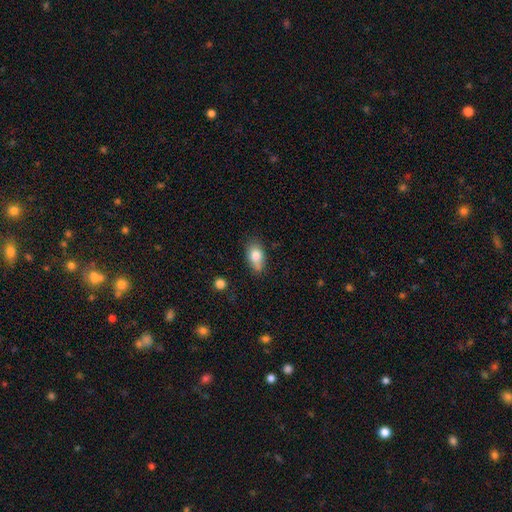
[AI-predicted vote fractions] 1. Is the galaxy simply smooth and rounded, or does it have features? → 80% smooth, 12% featured or disk, 8% star or artifact.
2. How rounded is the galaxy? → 88% in between, 9% round, 3% cigar-shaped.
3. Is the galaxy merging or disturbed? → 61% none, 27% minor disturbance, 6% merger, 6% major disturbance.